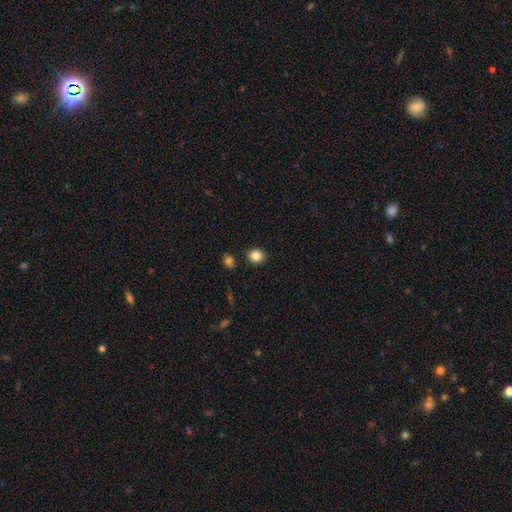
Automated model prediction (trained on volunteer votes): Overall: smooth (84%). How rounded: round (79%). Merging: none (87%).